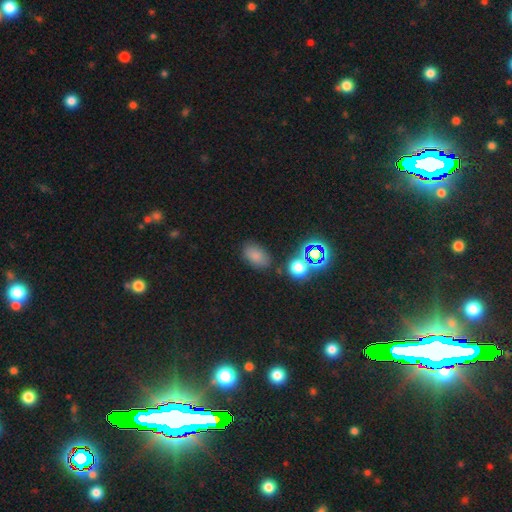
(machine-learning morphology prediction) This appears to be a smooth galaxy with no disk features (73%) that is in between round and cigar-shaped (86%). Merging: none (78%).